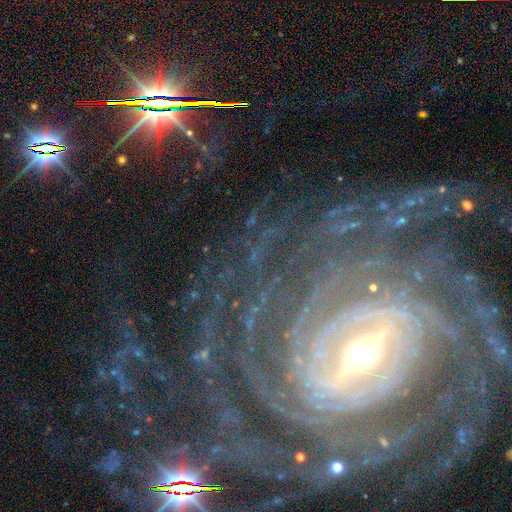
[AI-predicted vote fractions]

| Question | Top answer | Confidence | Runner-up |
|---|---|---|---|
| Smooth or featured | featured or disk | 85% | star or artifact (10%) |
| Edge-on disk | no | 94% | yes (6%) |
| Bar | strong | 57% | weak (27%) |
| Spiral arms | yes | 96% | no (4%) |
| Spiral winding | tight | 77% | medium (17%) |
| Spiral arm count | more than 4 | 28% | can't tell (22%) |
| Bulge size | moderate | 48% | small (44%) |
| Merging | none | 74% | minor disturbance (13%) |